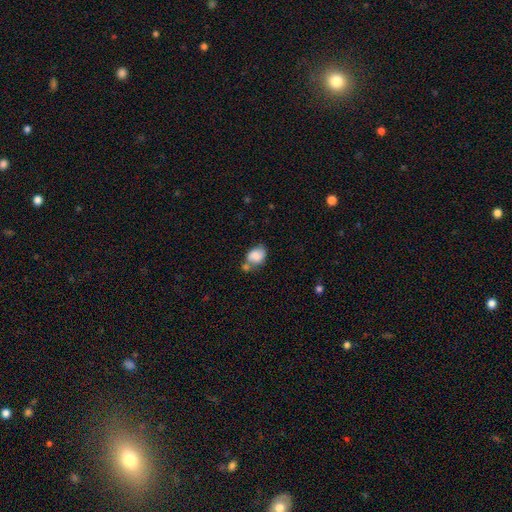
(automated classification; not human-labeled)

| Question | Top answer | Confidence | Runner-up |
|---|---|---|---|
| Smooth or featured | smooth | 76% | featured or disk (15%) |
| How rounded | in between | 66% | round (33%) |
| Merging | none | 40% | merger (29%) |